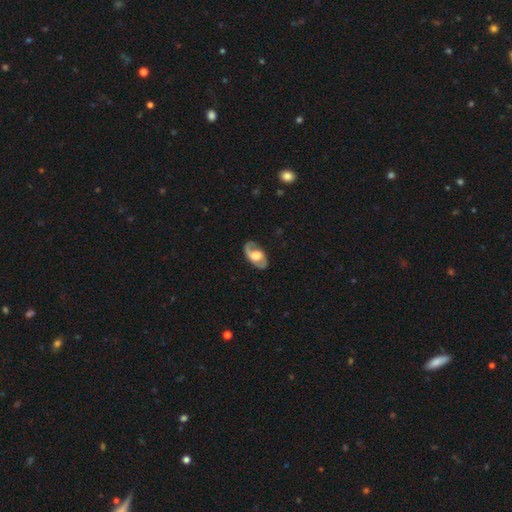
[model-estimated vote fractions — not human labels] Smooth or featured? featured or disk (72%)
Edge-on disk? no (92%)
Bar? no (57%)
Spiral arms? yes (79%)
Spiral winding? medium (47%)
Spiral arm count? 2 (85%)
Bulge size? large (52%)
Merging? none (79%)